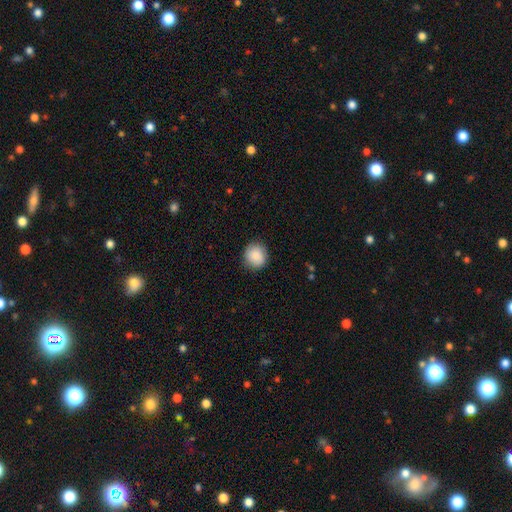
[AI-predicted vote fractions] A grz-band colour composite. It shows a smooth galaxy with no disk features (86%) that is round (88%). Merging: none (88%).